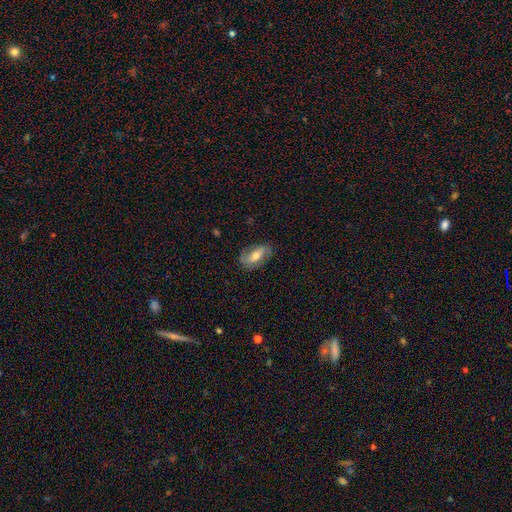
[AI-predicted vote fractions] Smooth or featured?
  - featured or disk: 58% *
  - smooth: 35%
  - star or artifact: 7%
Edge-on disk?
  - no: 91% *
  - yes: 9%
Bar?
  - weak: 38% *
  - no: 32%
  - strong: 30%
Spiral arms?
  - yes: 80% *
  - no: 20%
Bulge size?
  - moderate: 65% *
  - small: 23%
  - large: 8%
  - none: 2%
  - dominant: 1%
Merging?
  - none: 76% *
  - minor disturbance: 17%
  - major disturbance: 6%
  - merger: 1%